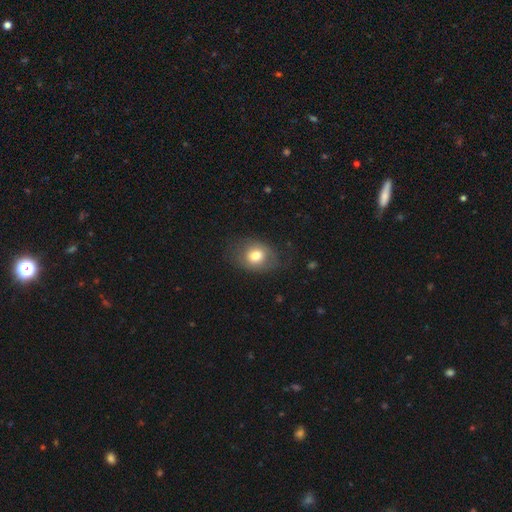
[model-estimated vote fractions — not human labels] A smooth galaxy with no disk features (74%) that is in between round and cigar-shaped (53%).

Vote fractions:
- Smooth or featured? smooth: 74% / featured or disk: 17% / star or artifact: 9%
- How rounded? in between: 53% / round: 46% / cigar-shaped: 1%
- Merging? none: 71% / minor disturbance: 19% / major disturbance: 8% / merger: 1%